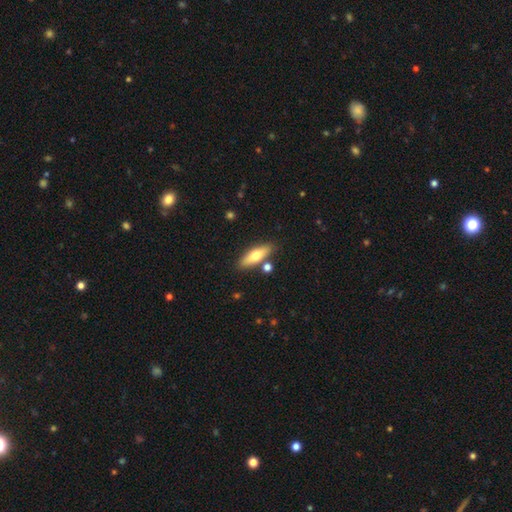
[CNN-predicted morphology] A smooth galaxy with no disk features (61%) that is in between round and cigar-shaped (49%).

Vote fractions:
- Smooth or featured? smooth: 61% / featured or disk: 33% / star or artifact: 6%
- How rounded? in between: 49% / cigar-shaped: 48% / round: 3%
- Merging? none: 81% / minor disturbance: 10% / merger: 7% / major disturbance: 2%